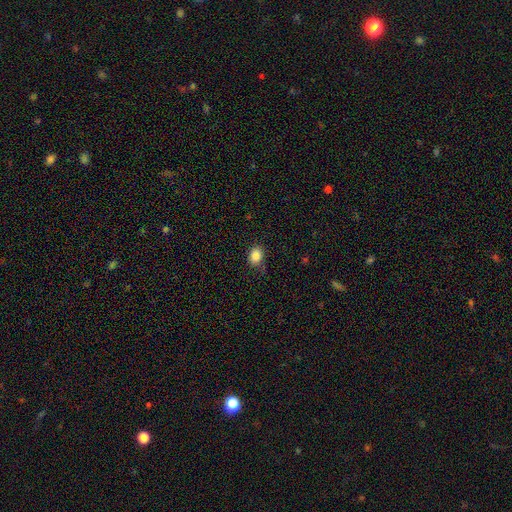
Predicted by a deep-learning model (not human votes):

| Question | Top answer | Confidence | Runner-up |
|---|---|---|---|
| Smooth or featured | smooth | 86% | star or artifact (10%) |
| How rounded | in between | 60% | round (39%) |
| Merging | none | 79% | minor disturbance (16%) |